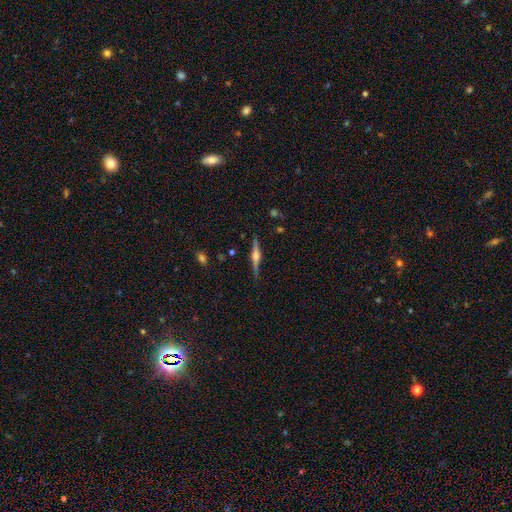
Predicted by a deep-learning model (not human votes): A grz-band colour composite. It shows a featured or disk galaxy (77%) viewed edge-on (98%) with a rounded central bulge (89%). Merging: none (88%).